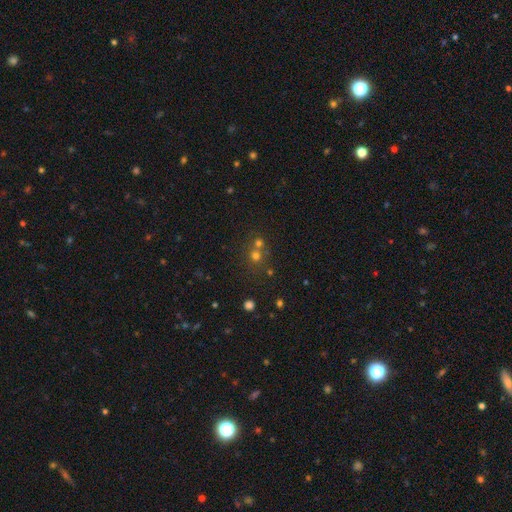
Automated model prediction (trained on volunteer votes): Smooth or featured? smooth (64%)
How rounded? round (88%)
Merging? none (53%)